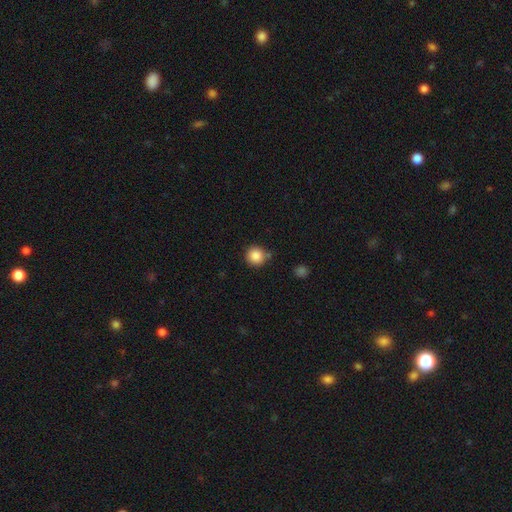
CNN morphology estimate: This is clearly a smooth galaxy (86%). How rounded: clearly round (93%). Merging: clearly none (81%).